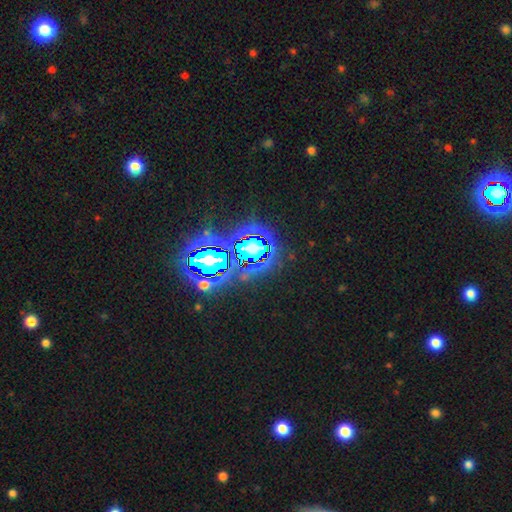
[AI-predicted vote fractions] smooth_or_featured: star or artifact (p=0.73) [alt: smooth p=0.17]